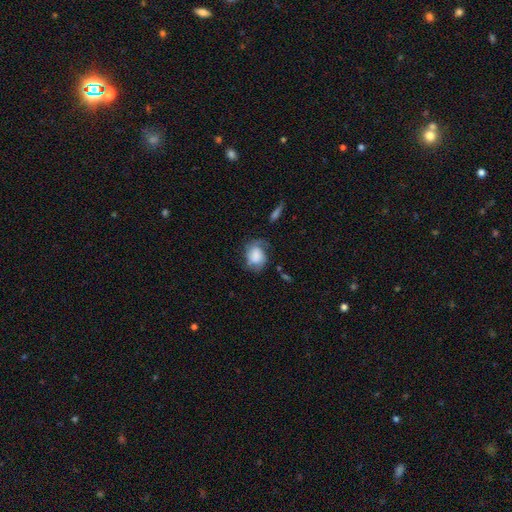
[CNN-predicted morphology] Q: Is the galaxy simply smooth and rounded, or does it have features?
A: smooth — 54%.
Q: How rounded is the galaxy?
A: in between — 57%.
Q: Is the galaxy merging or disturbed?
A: none — 51%.